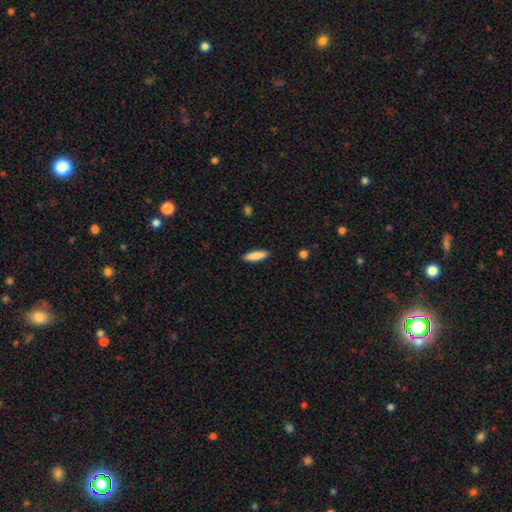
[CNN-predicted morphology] Smooth or featured? smooth (88%)
How rounded? cigar-shaped (57%)
Merging? none (90%)